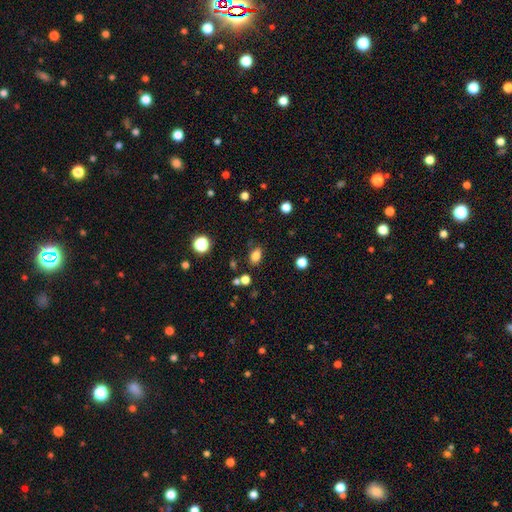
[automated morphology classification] Smooth or featured? Predicted: smooth (p=0.81). How rounded? Predicted: in between (p=0.77). Merging? Predicted: none (p=0.80).